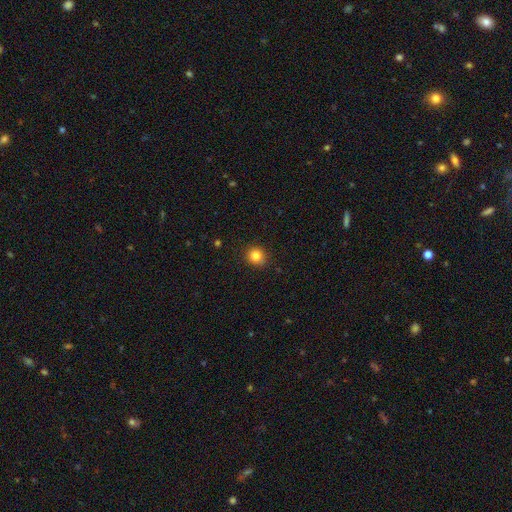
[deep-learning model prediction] Q: Smooth or featured?
A: smooth (83%); runner-up: star or artifact (12%)
Q: How rounded?
A: round (89%); runner-up: in between (10%)
Q: Merging?
A: none (90%); runner-up: minor disturbance (8%)